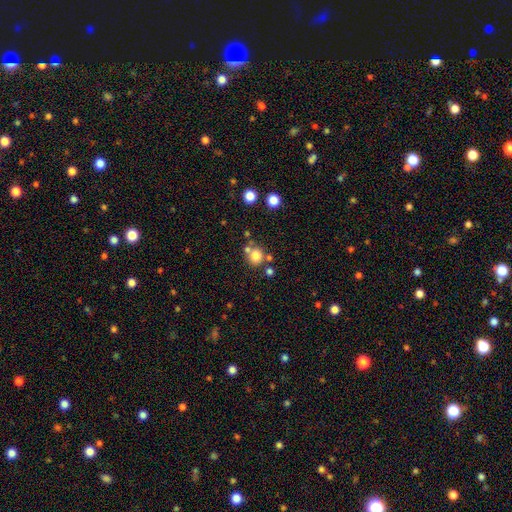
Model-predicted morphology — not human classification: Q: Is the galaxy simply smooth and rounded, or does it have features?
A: smooth — 78%.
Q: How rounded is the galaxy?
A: round — 86%.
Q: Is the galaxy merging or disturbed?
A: none — 62%.